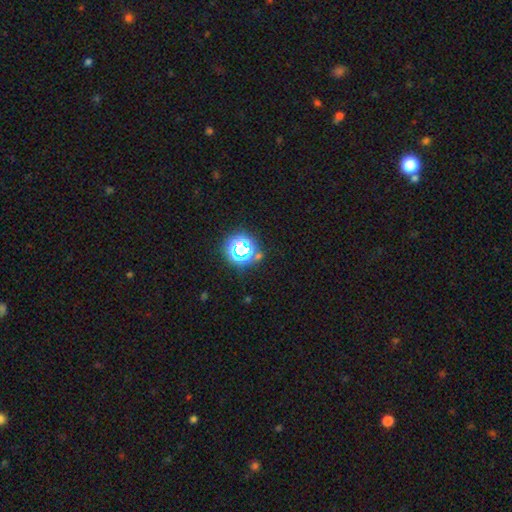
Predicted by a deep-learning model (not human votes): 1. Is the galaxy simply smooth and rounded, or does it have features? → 66% star or artifact, 25% smooth, 9% featured or disk.